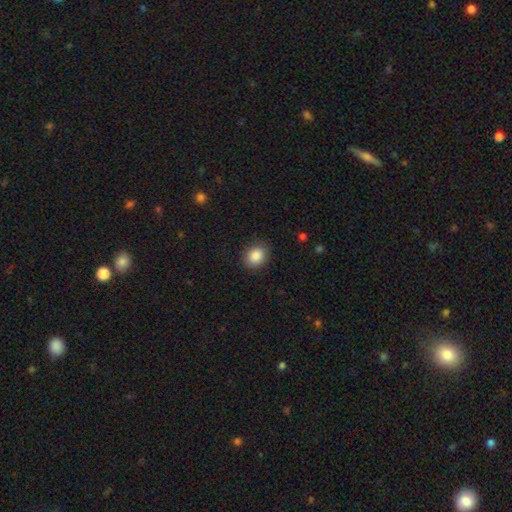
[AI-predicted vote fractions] Q: Smooth or featured?
A: smooth (87%); runner-up: star or artifact (9%)
Q: How rounded?
A: round (58%); runner-up: in between (41%)
Q: Merging?
A: none (87%); runner-up: minor disturbance (9%)